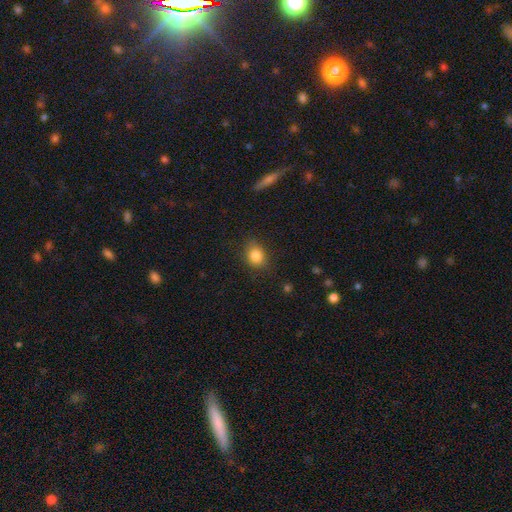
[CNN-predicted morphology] The model was most divided on "how rounded": round: 53%, in between: 46%, cigar-shaped: 1%. More confident: smooth or featured — smooth (84%); merging — none (81%).